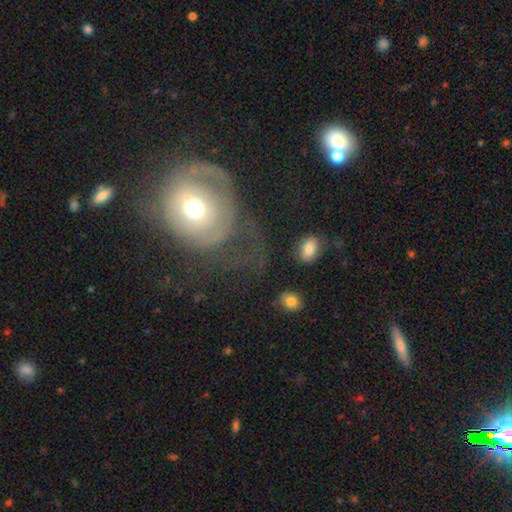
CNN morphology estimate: This appears to be a featured or disk galaxy (47%). Merging: major disturbance (39%).